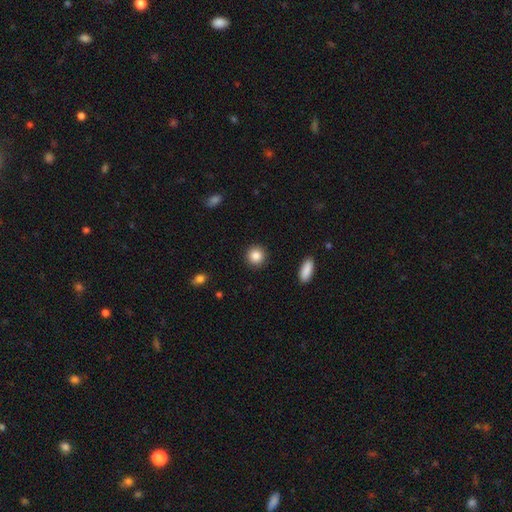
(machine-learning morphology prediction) smooth-or-featured: smooth: 87% | star or artifact: 9% | featured or disk: 4%
  how-rounded: round: 91% | in between: 8% | cigar-shaped: 1%
  merging: none: 92% | minor disturbance: 5% | major disturbance: 2% | merger: 1%